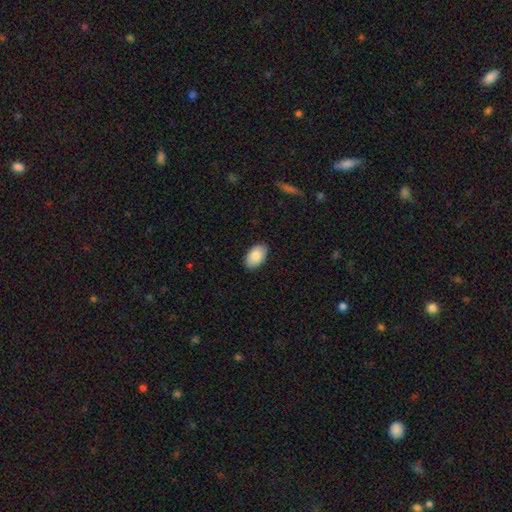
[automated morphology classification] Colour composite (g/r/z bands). It shows a smooth galaxy with no disk features (87%) that is in between round and cigar-shaped (94%). Merging: none (88%).